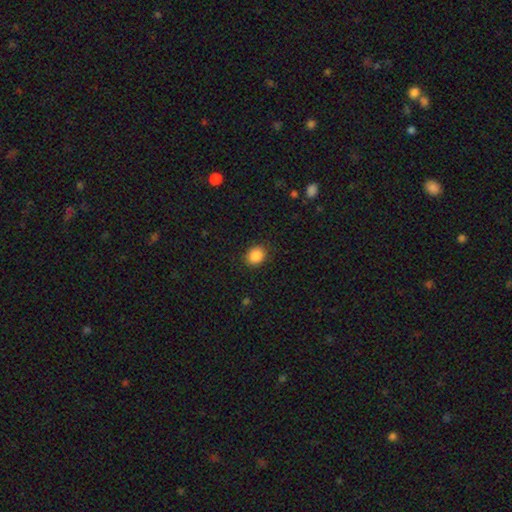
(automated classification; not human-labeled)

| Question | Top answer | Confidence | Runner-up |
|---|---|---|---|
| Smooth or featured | smooth | 88% | star or artifact (9%) |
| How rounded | round | 64% | in between (35%) |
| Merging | none | 87% | minor disturbance (9%) |